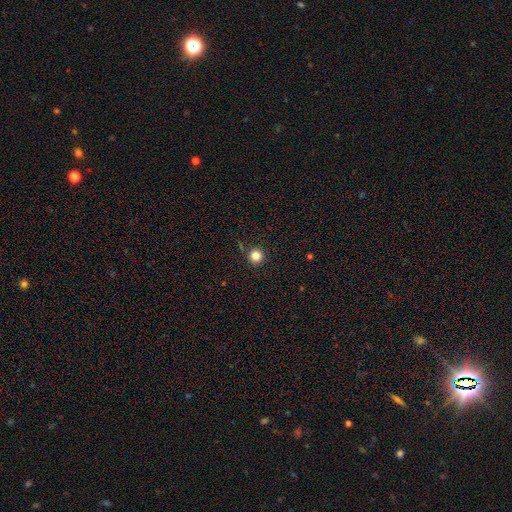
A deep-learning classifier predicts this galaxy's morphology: Smooth or featured? Predicted: smooth (p=0.83). How rounded? Predicted: round (p=0.95). Merging? Predicted: none (p=0.88).